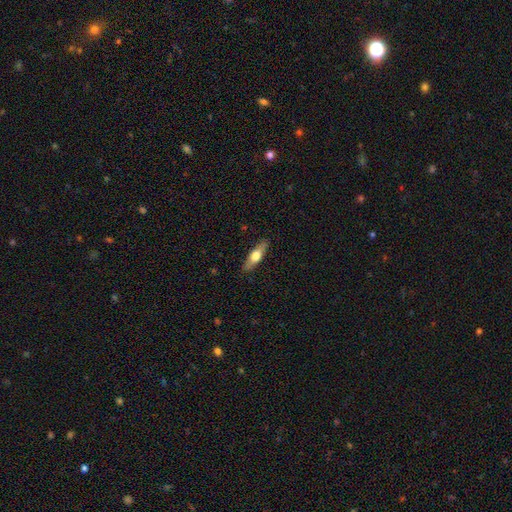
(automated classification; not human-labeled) Smooth or featured?
  - smooth: 56% *
  - featured or disk: 38%
  - star or artifact: 6%
How rounded?
  - cigar-shaped: 54% *
  - in between: 43%
  - round: 3%
Merging?
  - none: 86% *
  - minor disturbance: 10%
  - major disturbance: 2%
  - merger: 1%